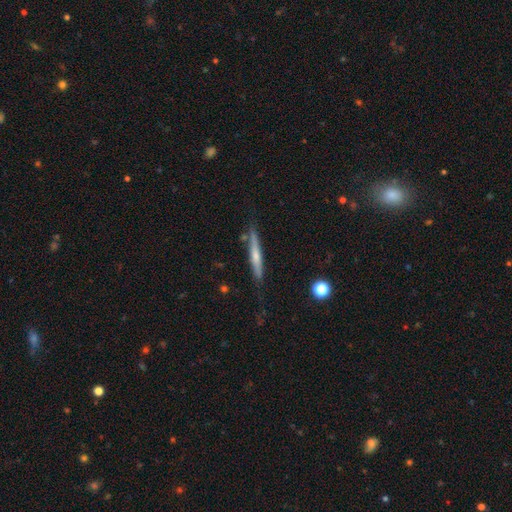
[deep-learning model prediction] smooth-or-featured: featured or disk: 51% | smooth: 43% | star or artifact: 6%
  disk-edge-on: yes: 94% | no: 6%
  merging: none: 77% | minor disturbance: 16% | merger: 4% | major disturbance: 3%